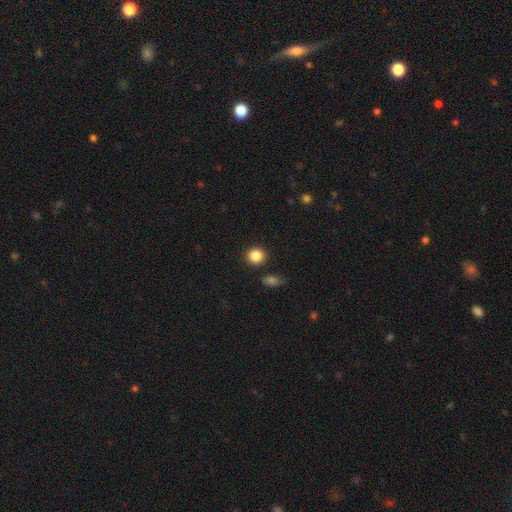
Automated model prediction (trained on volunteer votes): smooth-or-featured: smooth: 86% | star or artifact: 10% | featured or disk: 5%
  how-rounded: round: 85% | in between: 14% | cigar-shaped: 1%
  merging: none: 87% | minor disturbance: 7% | merger: 4% | major disturbance: 2%